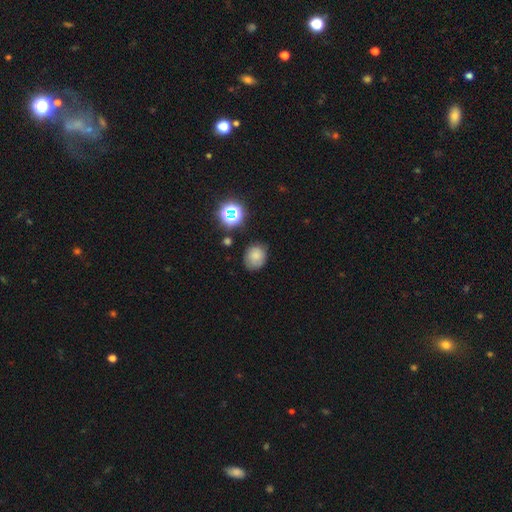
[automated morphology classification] type=smooth (73%); roundness=round (62%); merging=none (73%).